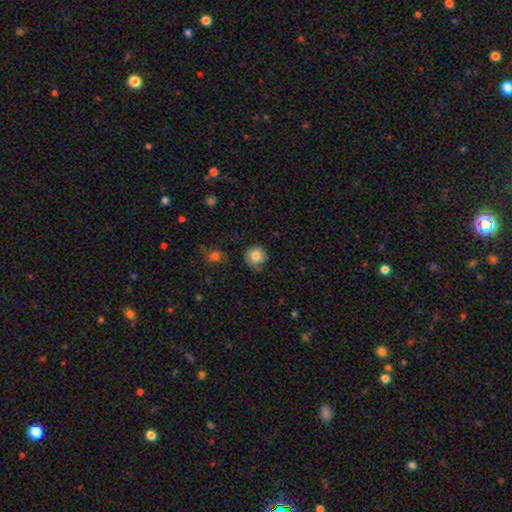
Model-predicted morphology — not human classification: Smooth or featured?
  - smooth: 83% *
  - star or artifact: 9%
  - featured or disk: 8%
How rounded?
  - round: 93% *
  - in between: 6%
  - cigar-shaped: 1%
Merging?
  - none: 79% *
  - minor disturbance: 15%
  - major disturbance: 3%
  - merger: 2%